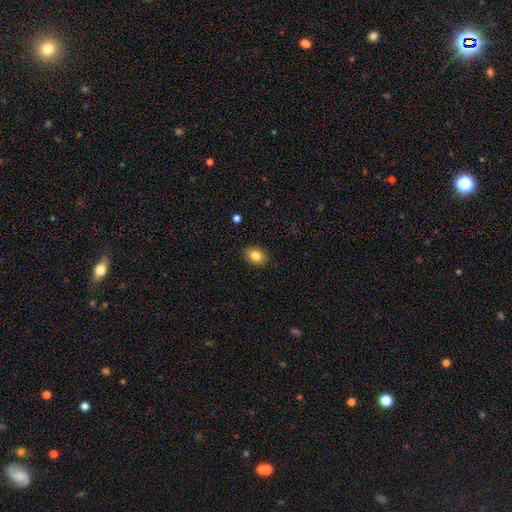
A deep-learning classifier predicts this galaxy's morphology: Smooth or featured?
  - smooth: 83% *
  - star or artifact: 9%
  - featured or disk: 8%
How rounded?
  - in between: 64% *
  - round: 35%
  - cigar-shaped: 1%
Merging?
  - none: 88% *
  - minor disturbance: 9%
  - major disturbance: 2%
  - merger: 1%